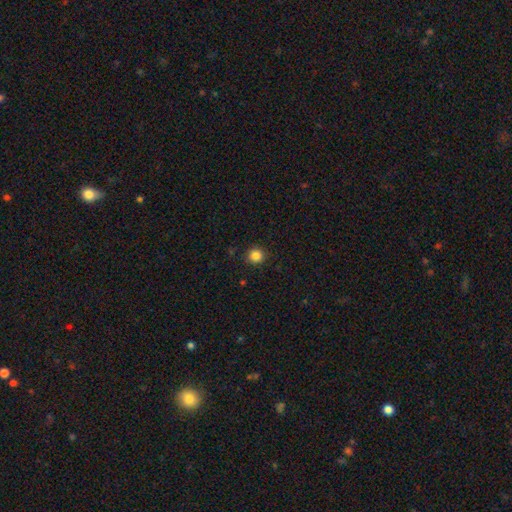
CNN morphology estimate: Smooth or featured?
  - smooth: 85% *
  - star or artifact: 12%
  - featured or disk: 4%
How rounded?
  - round: 94% *
  - in between: 6%
  - cigar-shaped: 1%
Merging?
  - none: 91% *
  - minor disturbance: 6%
  - major disturbance: 2%
  - merger: 1%